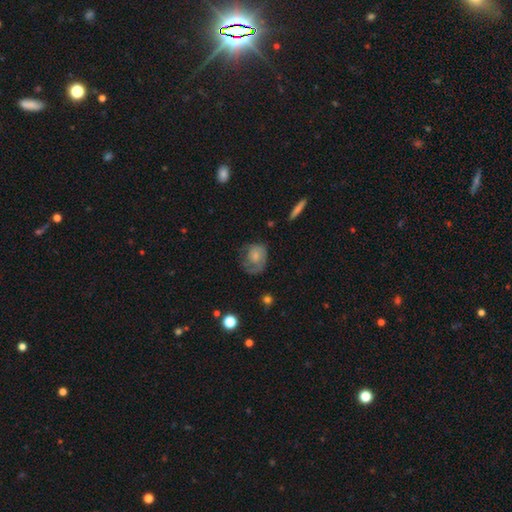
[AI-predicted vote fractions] Q: Smooth or featured?
A: smooth (47%); runner-up: featured or disk (46%)
Q: Merging?
A: none (44%); runner-up: major disturbance (28%)